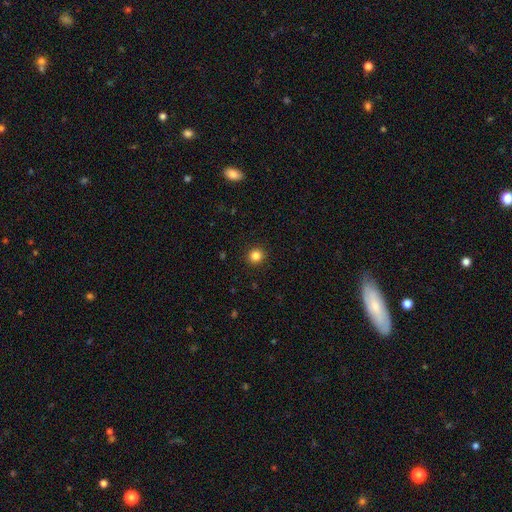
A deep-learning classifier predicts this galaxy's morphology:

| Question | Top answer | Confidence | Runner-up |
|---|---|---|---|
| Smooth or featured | smooth | 84% | star or artifact (12%) |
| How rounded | round | 89% | in between (10%) |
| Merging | none | 92% | minor disturbance (5%) |